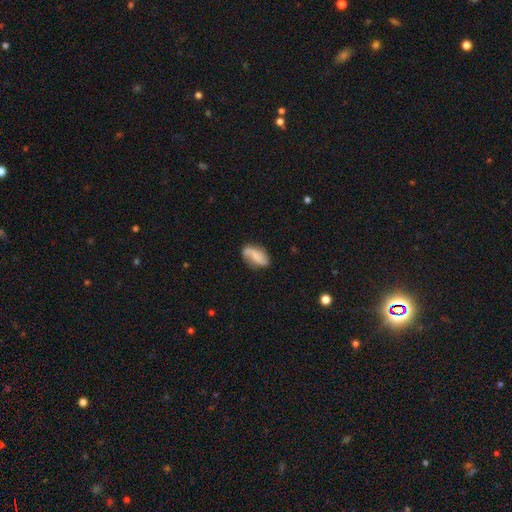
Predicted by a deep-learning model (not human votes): A smooth galaxy with no disk features (53%) that is in between round and cigar-shaped (88%).

Vote fractions:
- Smooth or featured? smooth: 53% / featured or disk: 39% / star or artifact: 8%
- How rounded? in between: 88% / cigar-shaped: 7% / round: 5%
- Merging? none: 59% / minor disturbance: 27% / major disturbance: 10% / merger: 4%